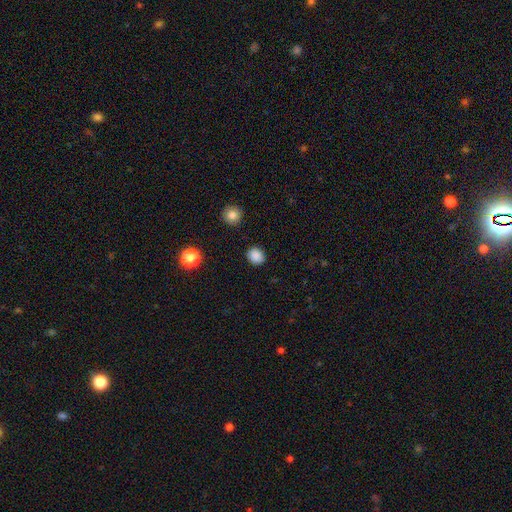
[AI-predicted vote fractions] smooth 86%, star or artifact 11%, featured or disk 4%. Down the decision tree: how rounded — round (78%); merging — none (88%).